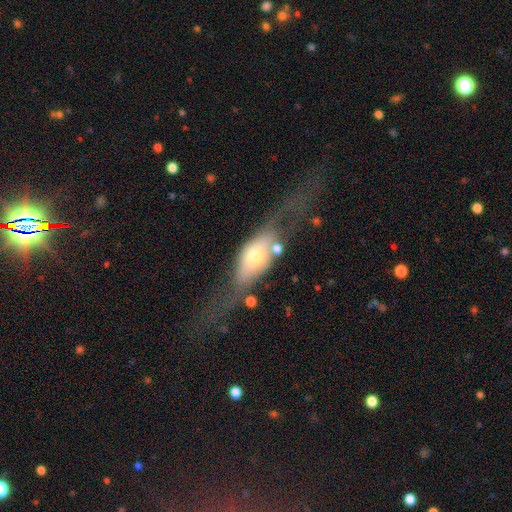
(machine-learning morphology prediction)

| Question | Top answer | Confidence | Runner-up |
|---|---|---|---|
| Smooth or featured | featured or disk | 61% | smooth (32%) |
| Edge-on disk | yes | 54% | no (46%) |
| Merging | none | 45% | major disturbance (29%) |